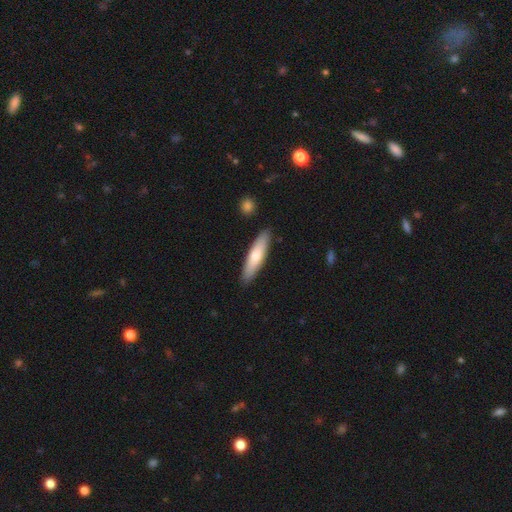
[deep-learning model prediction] Smooth or featured? smooth (68%)
How rounded? cigar-shaped (74%)
Merging? none (89%)